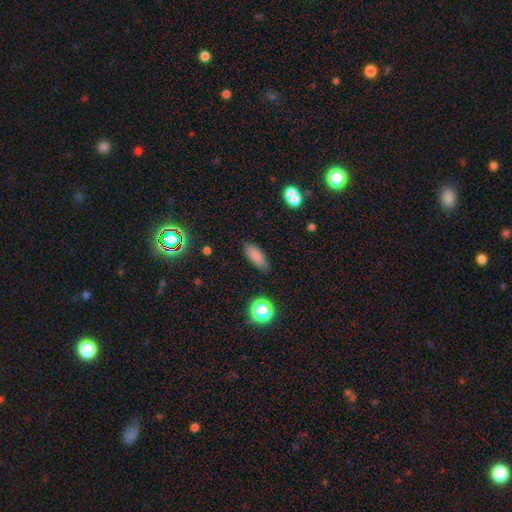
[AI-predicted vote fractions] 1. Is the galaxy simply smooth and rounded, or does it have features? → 84% smooth, 10% star or artifact, 6% featured or disk.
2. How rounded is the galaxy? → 74% in between, 23% cigar-shaped, 3% round.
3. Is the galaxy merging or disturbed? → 83% none, 13% minor disturbance, 3% major disturbance, 2% merger.